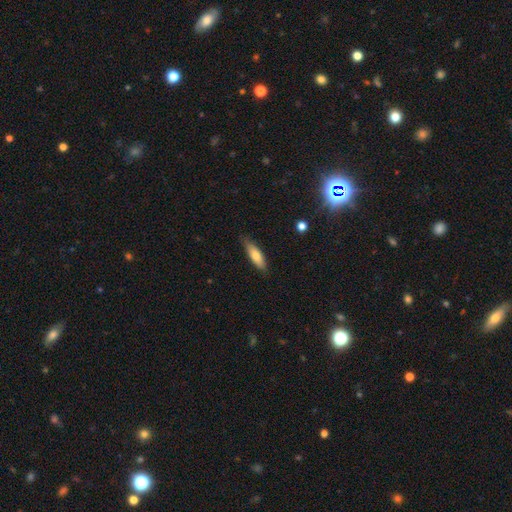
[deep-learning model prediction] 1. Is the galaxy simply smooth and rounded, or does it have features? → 75% smooth, 19% featured or disk, 6% star or artifact.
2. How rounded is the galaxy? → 53% cigar-shaped, 45% in between, 2% round.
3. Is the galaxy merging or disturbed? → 77% none, 19% minor disturbance, 3% major disturbance, 1% merger.